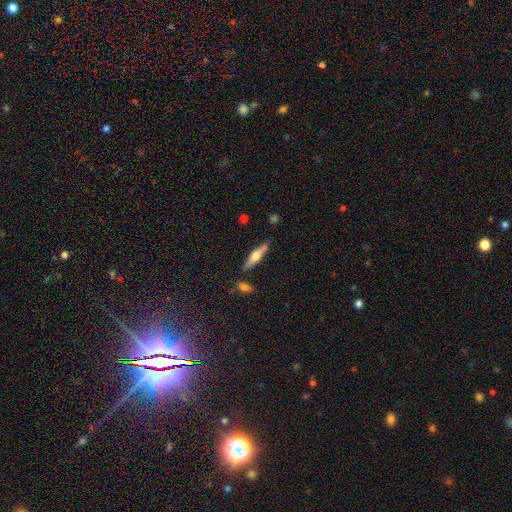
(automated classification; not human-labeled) Smooth or featured? featured or disk (54%)
Edge-on disk? yes (94%)
Edge-on bulge? rounded (90%)
Merging? none (78%)